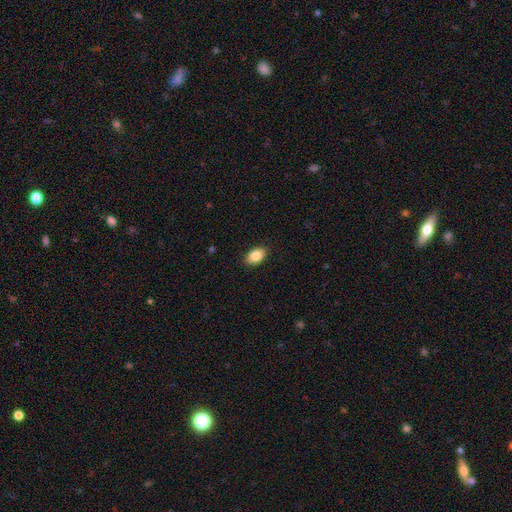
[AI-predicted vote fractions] Smooth or featured?
  - smooth: 86% *
  - star or artifact: 7%
  - featured or disk: 7%
How rounded?
  - in between: 89% *
  - round: 10%
  - cigar-shaped: 1%
Merging?
  - none: 90% *
  - minor disturbance: 8%
  - major disturbance: 2%
  - merger: 1%